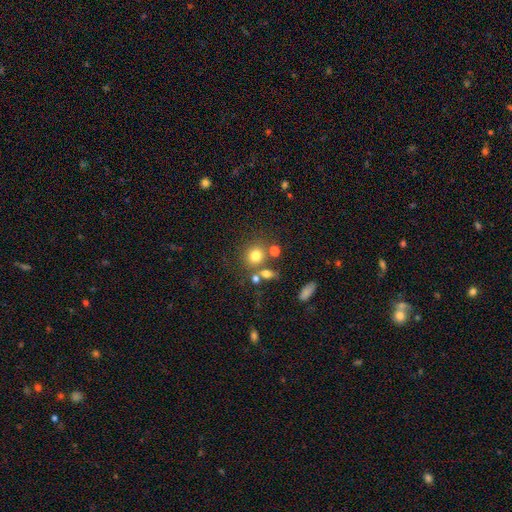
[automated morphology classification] Smooth or featured: smooth — 76% (star or artifact — 14%)
How rounded: round — 82% (in between — 17%)
Merging: none — 65% (merger — 18%)